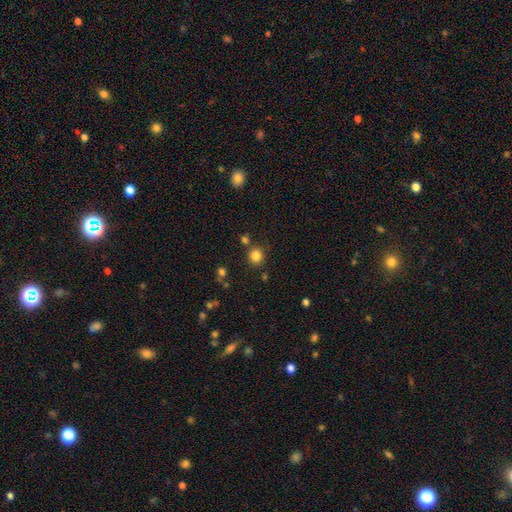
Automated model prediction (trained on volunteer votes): smooth 83%, star or artifact 13%, featured or disk 5%. Down the decision tree: how rounded — round (90%); merging — none (80%).